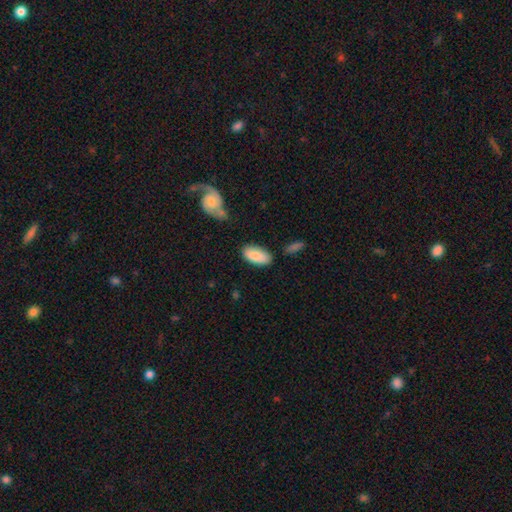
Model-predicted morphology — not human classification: smooth_or_featured: smooth (p=0.84) [alt: featured or disk p=0.09]
how_rounded: in between (p=0.93) [alt: cigar-shaped p=0.05]
merging: none (p=0.74) [alt: minor disturbance p=0.16]